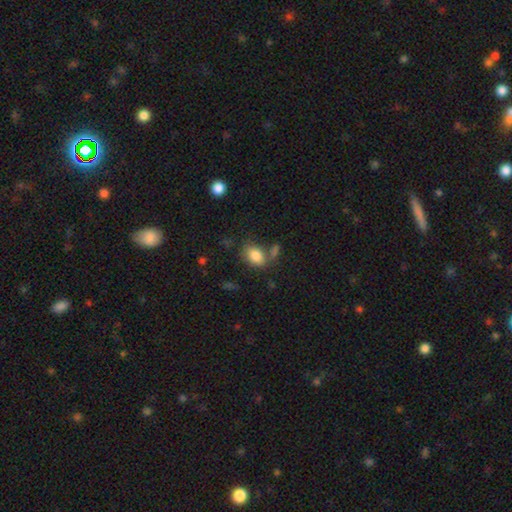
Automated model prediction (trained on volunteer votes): This is clearly a smooth galaxy (83%). How rounded: likely in between (78%). Merging: possibly none (57%).